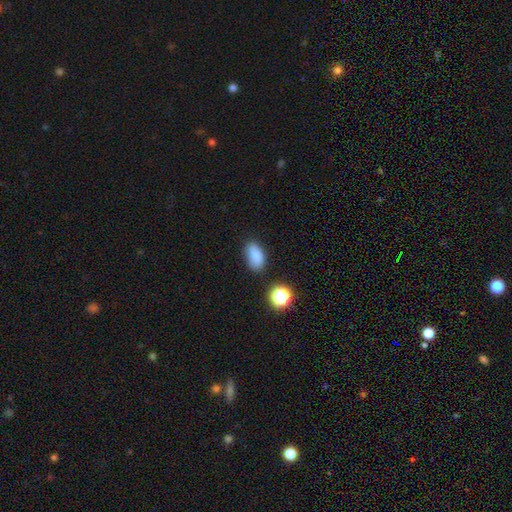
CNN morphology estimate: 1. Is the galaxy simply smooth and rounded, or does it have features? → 84% smooth, 11% star or artifact, 5% featured or disk.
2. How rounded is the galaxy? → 89% in between, 7% round, 3% cigar-shaped.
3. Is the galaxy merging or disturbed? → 77% none, 16% minor disturbance, 4% major disturbance, 4% merger.